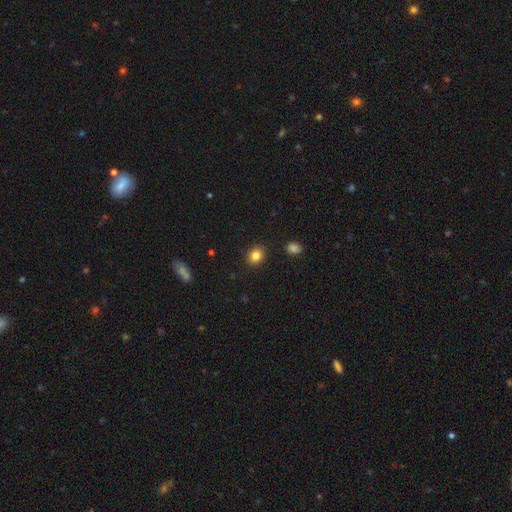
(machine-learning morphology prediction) This appears to be a smooth galaxy with no disk features (83%) that is round (61%). Merging: none (89%).